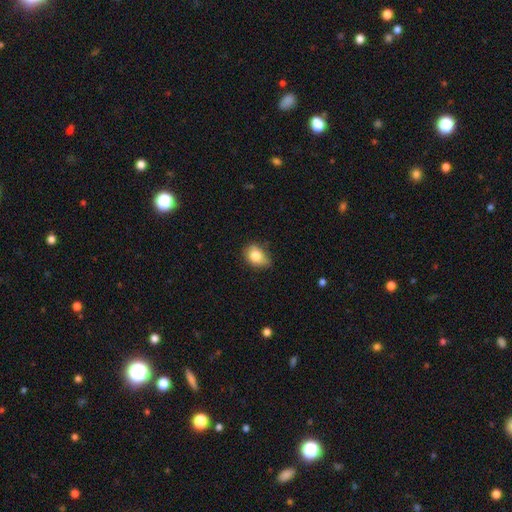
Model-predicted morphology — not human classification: smooth 79%, featured or disk 12%, star or artifact 9%. Down the decision tree: how rounded — in between (66%); merging — none (55%).